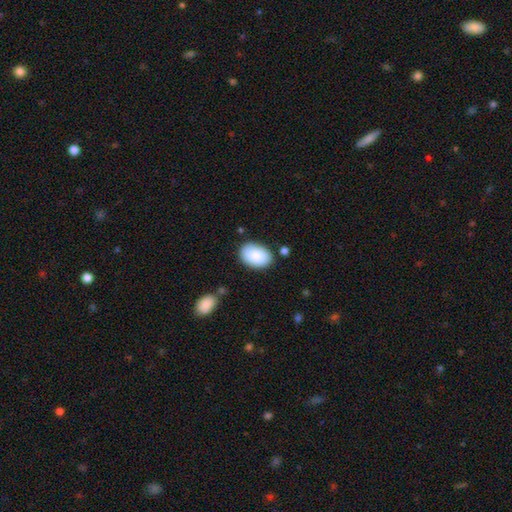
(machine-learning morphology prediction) A smooth galaxy with no disk features (88%) that is in between round and cigar-shaped (90%). Merging: none (79%).